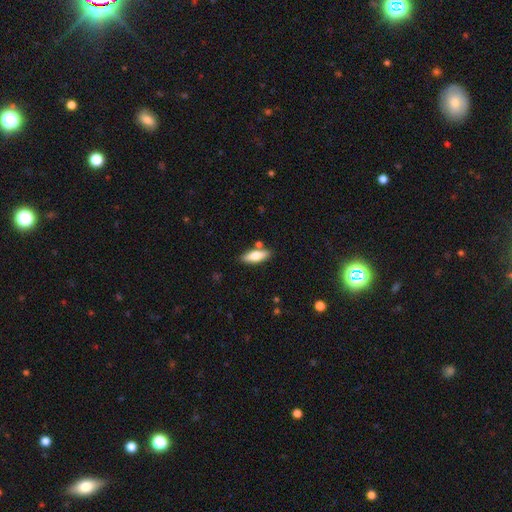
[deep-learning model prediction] Smooth or featured: smooth — 70% (featured or disk — 24%)
How rounded: in between — 61% (cigar-shaped — 37%)
Merging: none — 80% (minor disturbance — 11%)